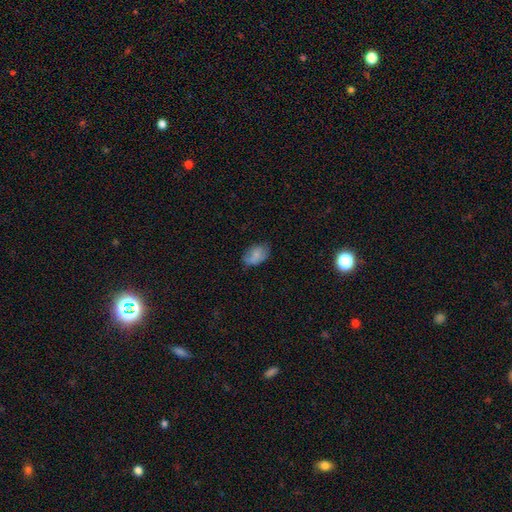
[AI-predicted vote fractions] smooth_or_featured: smooth (p=0.78) [alt: featured or disk p=0.14]
how_rounded: in between (p=0.89) [alt: round p=0.09]
merging: none (p=0.65) [alt: minor disturbance p=0.27]